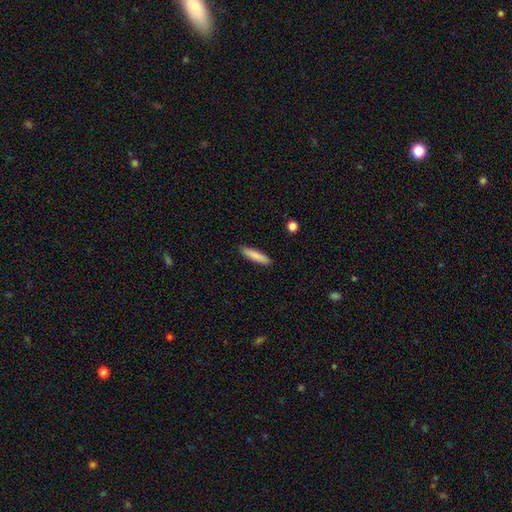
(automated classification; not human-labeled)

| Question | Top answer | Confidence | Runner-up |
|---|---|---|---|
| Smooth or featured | smooth | 85% | featured or disk (9%) |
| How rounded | cigar-shaped | 84% | in between (15%) |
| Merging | none | 90% | minor disturbance (7%) |